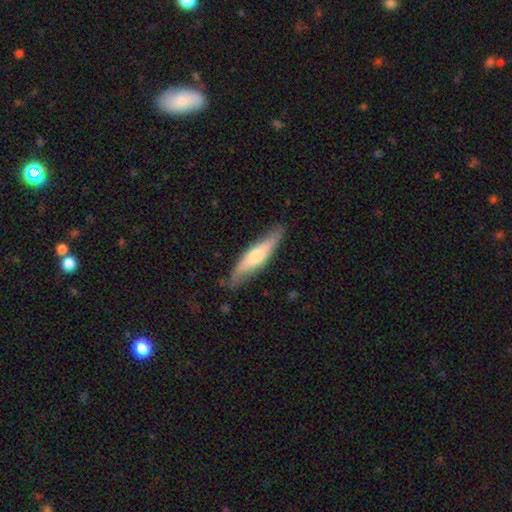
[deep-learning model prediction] Smooth or featured?
  - smooth: 53% *
  - featured or disk: 42%
  - star or artifact: 5%
How rounded?
  - cigar-shaped: 82% *
  - in between: 17%
  - round: 2%
Merging?
  - none: 79% *
  - minor disturbance: 16%
  - major disturbance: 3%
  - merger: 1%